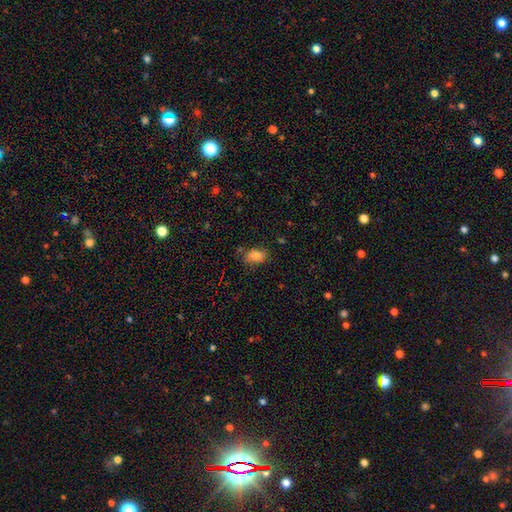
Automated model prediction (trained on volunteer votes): Morphology: type=smooth (83%); roundness=in between (82%); merging=none (75%).